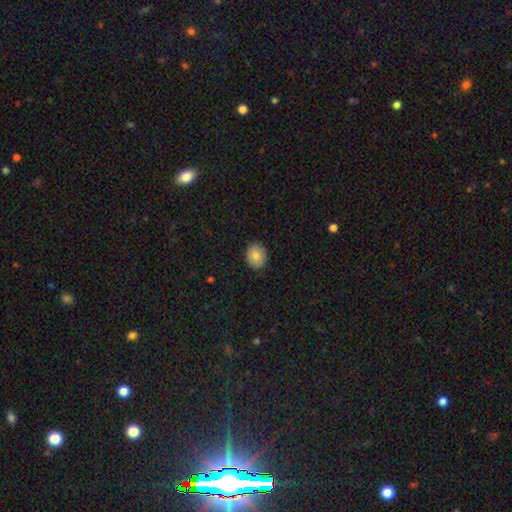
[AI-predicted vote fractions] smooth-or-featured: smooth: 81% | featured or disk: 11% | star or artifact: 8%
  how-rounded: round: 61% | in between: 38% | cigar-shaped: 1%
  merging: none: 88% | minor disturbance: 9% | major disturbance: 2% | merger: 1%